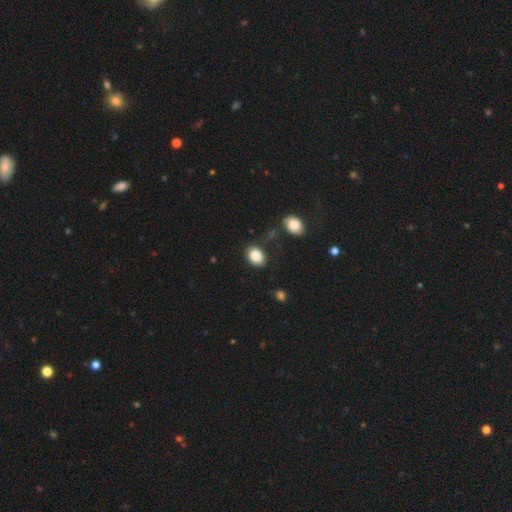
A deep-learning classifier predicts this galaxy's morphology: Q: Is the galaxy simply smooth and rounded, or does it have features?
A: smooth — 87%.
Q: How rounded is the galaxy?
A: in between — 73%.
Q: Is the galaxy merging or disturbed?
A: none — 80%.